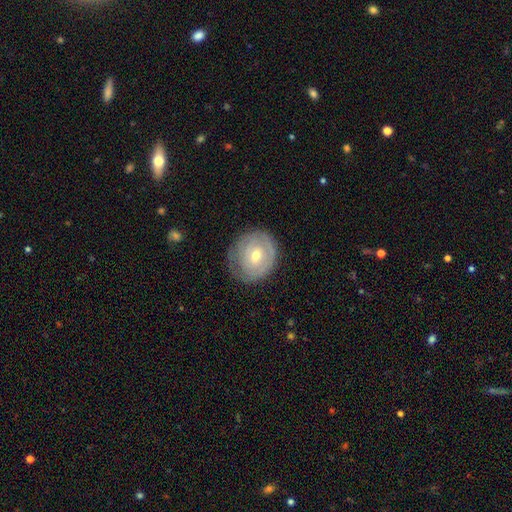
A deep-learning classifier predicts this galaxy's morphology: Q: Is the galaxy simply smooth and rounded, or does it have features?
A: featured or disk — 63%.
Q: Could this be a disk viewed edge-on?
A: no — 96%.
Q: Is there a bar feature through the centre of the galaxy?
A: no — 47%.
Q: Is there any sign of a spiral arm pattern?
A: yes — 68%.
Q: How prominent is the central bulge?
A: moderate — 61%.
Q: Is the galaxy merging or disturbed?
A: none — 70%.